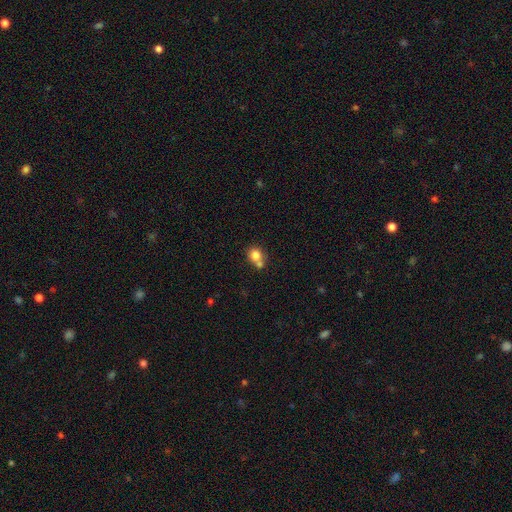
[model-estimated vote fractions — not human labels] A smooth galaxy with no disk features (80%) that is round (80%).

Vote fractions:
- Smooth or featured? smooth: 80% / star or artifact: 10% / featured or disk: 10%
- How rounded? round: 80% / in between: 19% / cigar-shaped: 1%
- Merging? none: 46% / merger: 42% / minor disturbance: 9% / major disturbance: 3%